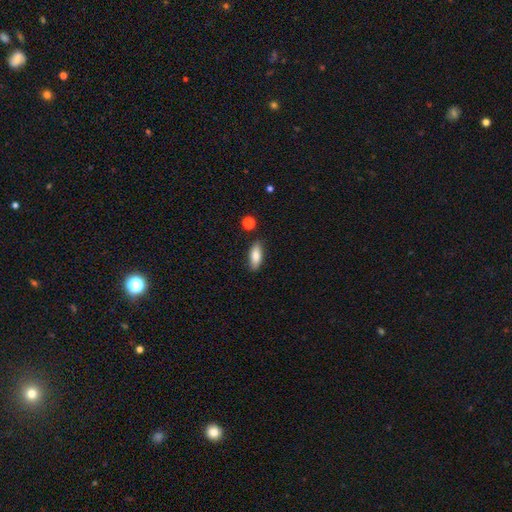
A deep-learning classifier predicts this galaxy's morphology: This is clearly a smooth galaxy (83%). How rounded: likely in between (76%). Merging: clearly none (83%).